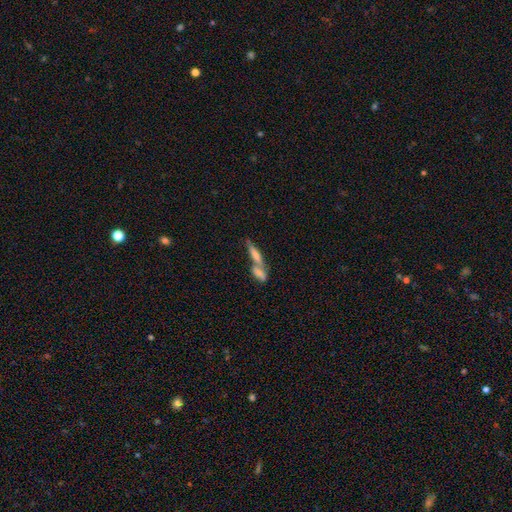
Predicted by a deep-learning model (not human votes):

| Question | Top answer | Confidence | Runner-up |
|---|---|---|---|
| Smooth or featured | smooth | 51% | featured or disk (38%) |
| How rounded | cigar-shaped | 67% | in between (30%) |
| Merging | merger | 53% | none (34%) |